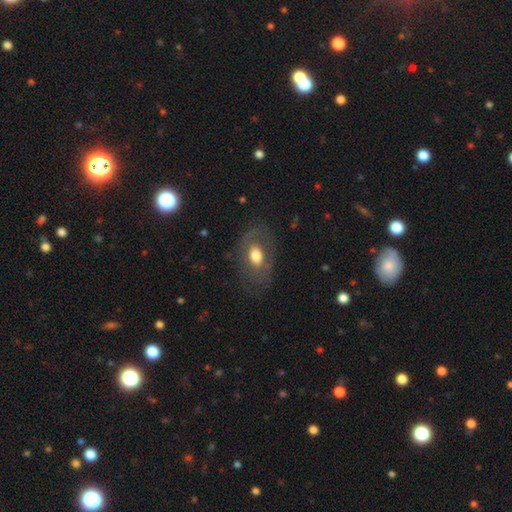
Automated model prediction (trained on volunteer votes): Overall: smooth (50%; featured or disk 42%). How rounded: in between (81%). Merging: none (68%).